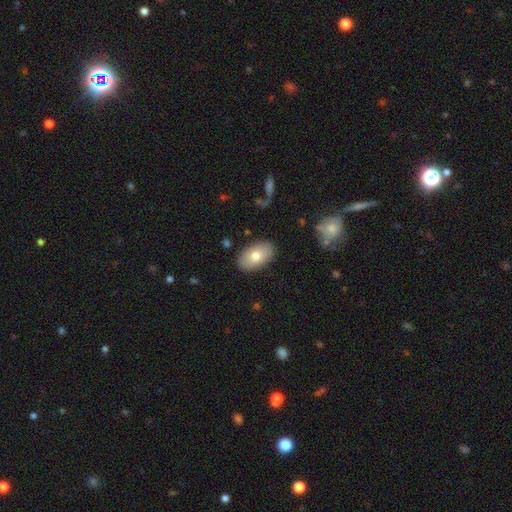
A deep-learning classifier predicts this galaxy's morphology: smooth 74%, featured or disk 19%, star or artifact 7%. Down the decision tree: how rounded — in between (93%); merging — none (87%).